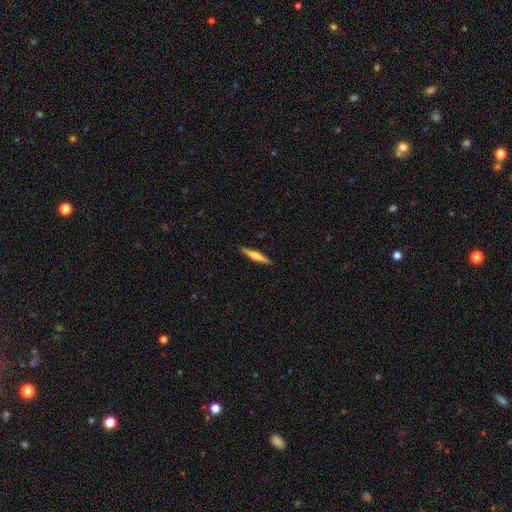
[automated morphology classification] Q: Smooth or featured?
A: featured or disk (48%); runner-up: smooth (46%)
Q: Merging?
A: none (91%); runner-up: minor disturbance (7%)